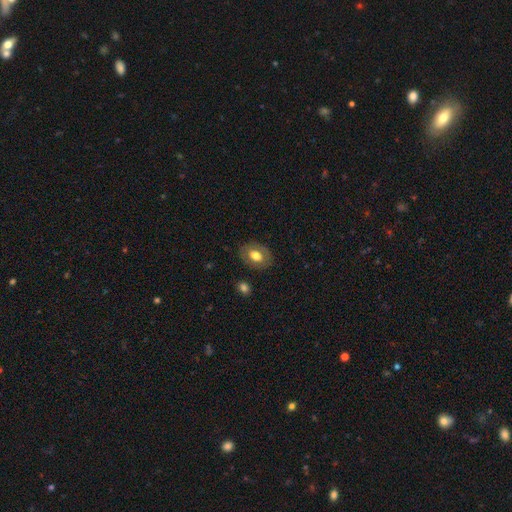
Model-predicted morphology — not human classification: This is likely a smooth galaxy (65%). How rounded: likely in between (74%). Merging: clearly none (83%).